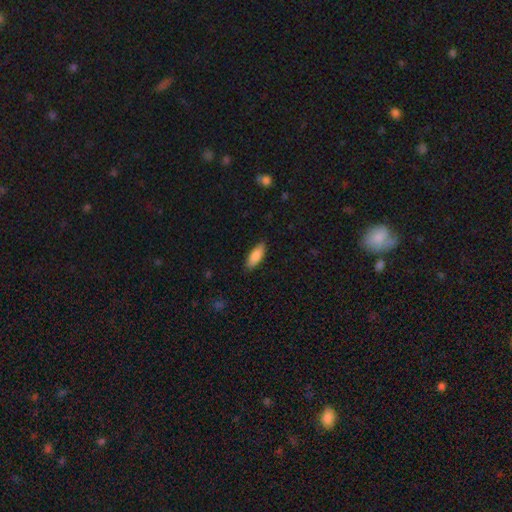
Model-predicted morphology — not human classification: Smooth or featured: smooth — 85% (featured or disk — 9%)
How rounded: in between — 70% (cigar-shaped — 28%)
Merging: none — 87% (minor disturbance — 10%)